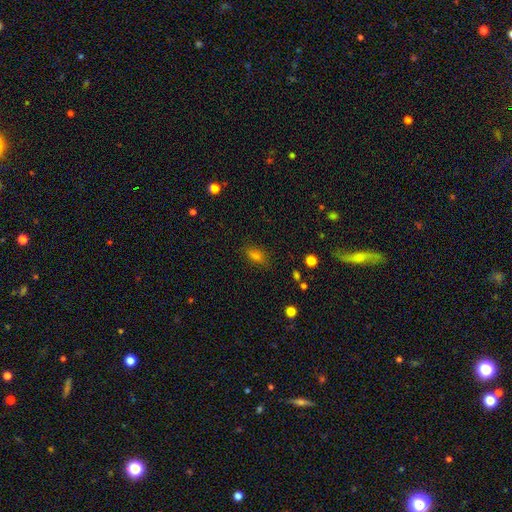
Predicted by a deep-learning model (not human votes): Q: Smooth or featured?
A: smooth (73%); runner-up: star or artifact (17%)
Q: How rounded?
A: in between (79%); runner-up: round (13%)
Q: Merging?
A: none (82%); runner-up: minor disturbance (12%)